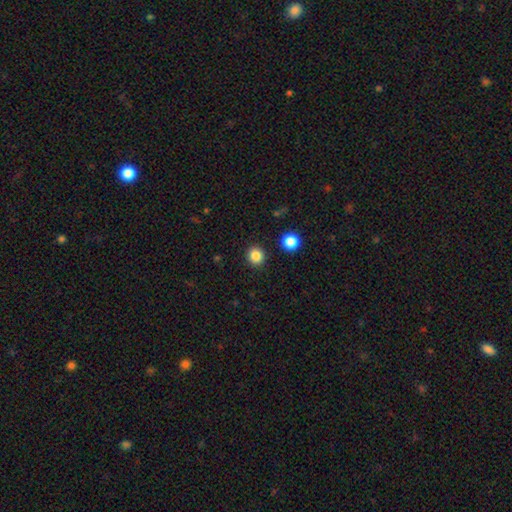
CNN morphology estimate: type=smooth (84%); roundness=round (89%); merging=none (91%).